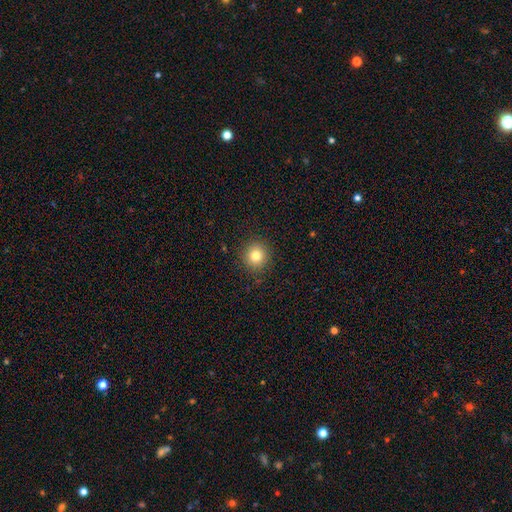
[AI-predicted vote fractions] smooth-or-featured: smooth: 80% | star or artifact: 12% | featured or disk: 8%
  how-rounded: round: 93% | in between: 6% | cigar-shaped: 1%
  merging: none: 90% | minor disturbance: 7% | major disturbance: 2% | merger: 1%